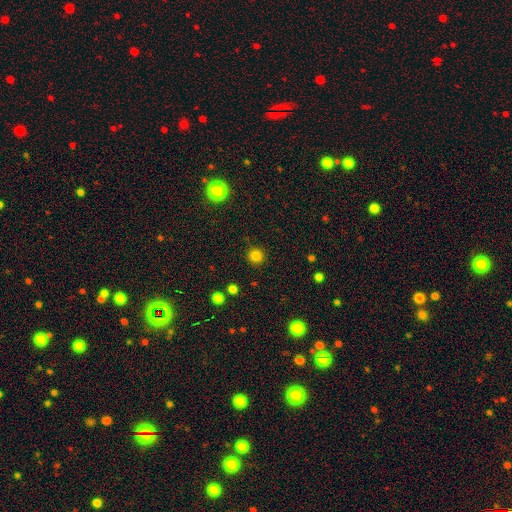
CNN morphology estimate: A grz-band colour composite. It shows a smooth galaxy with no disk features (82%) that is round (94%). Merging: none (91%).